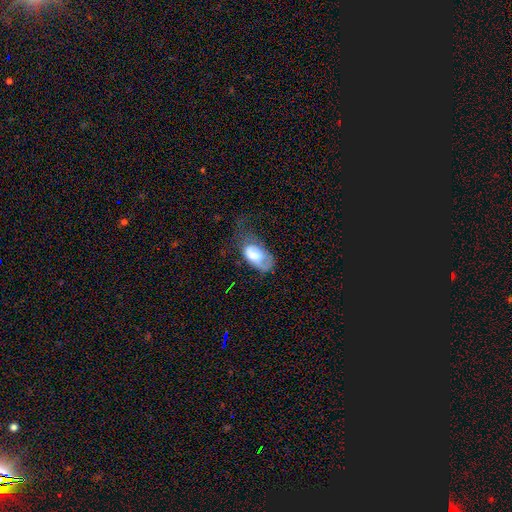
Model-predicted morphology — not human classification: This appears to be a smooth galaxy with no disk features (65%) that is in between round and cigar-shaped (93%). Merging: major disturbance (41%).